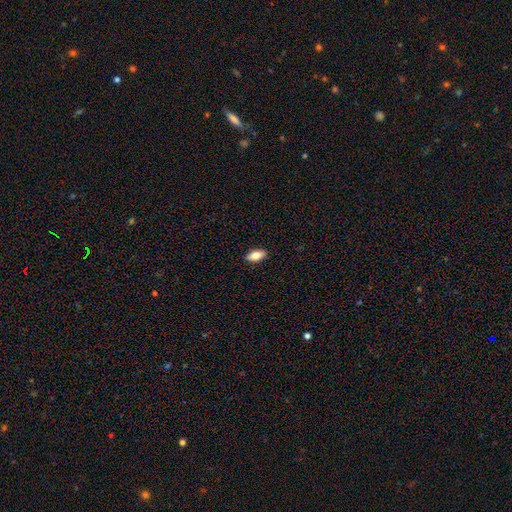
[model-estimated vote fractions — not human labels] Q: Smooth or featured?
A: smooth (79%); runner-up: featured or disk (14%)
Q: How rounded?
A: in between (89%); runner-up: cigar-shaped (8%)
Q: Merging?
A: none (90%); runner-up: minor disturbance (8%)